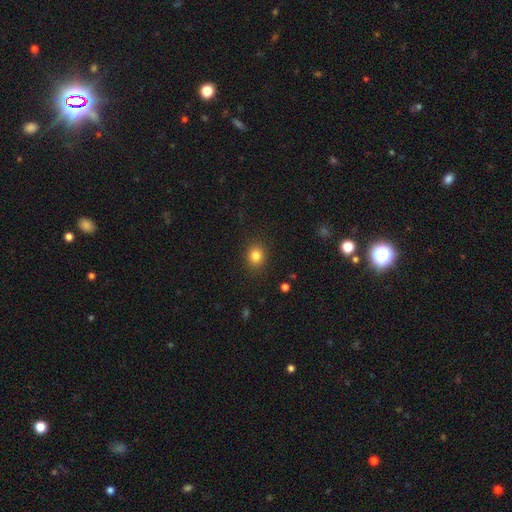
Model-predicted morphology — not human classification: smooth 83%, star or artifact 11%, featured or disk 6%. Down the decision tree: how rounded — round (73%); merging — none (89%).